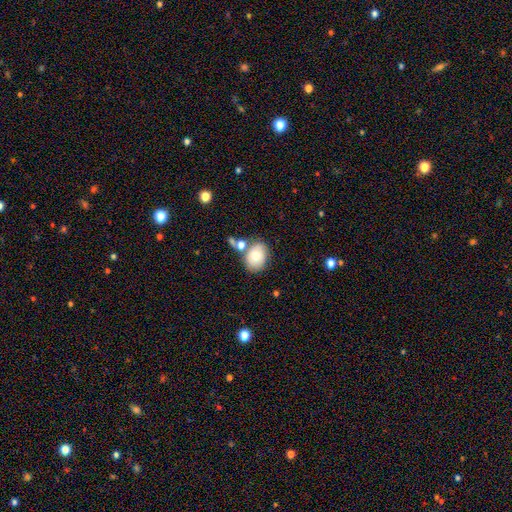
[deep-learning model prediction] Overall: smooth (72%). How rounded: in between (73%). Merging: none (59%; merger 20%).